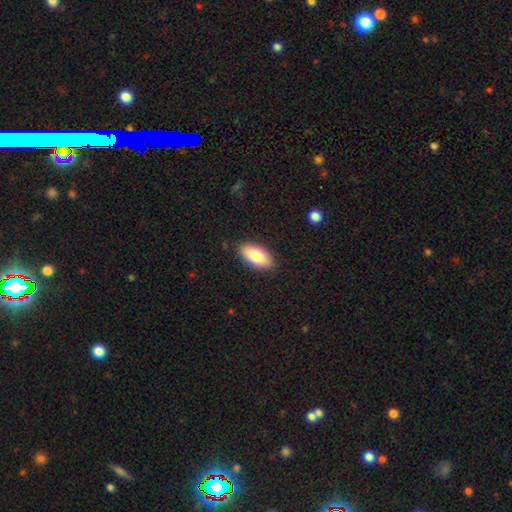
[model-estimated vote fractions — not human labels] Smooth or featured: smooth — 84% (featured or disk — 10%)
How rounded: in between — 93% (cigar-shaped — 5%)
Merging: none — 88% (minor disturbance — 9%)